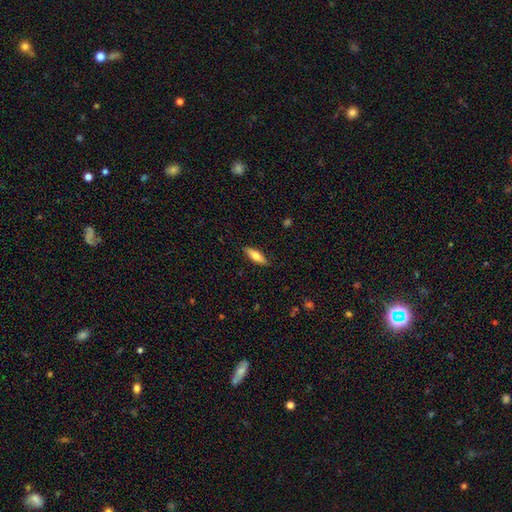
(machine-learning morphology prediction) This appears to be a smooth galaxy with no disk features (67%) that is in between round and cigar-shaped (53%). Merging: none (88%).